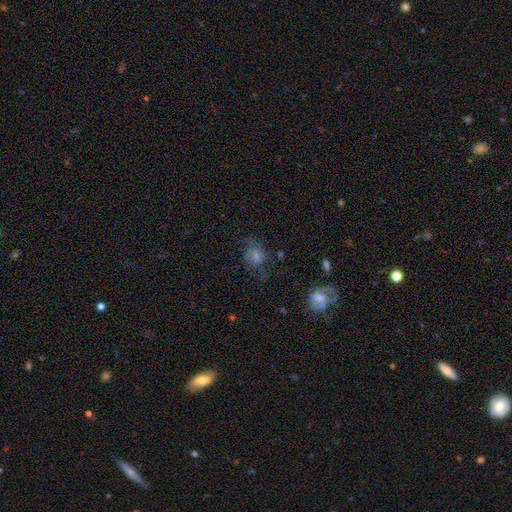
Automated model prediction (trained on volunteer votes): Q: Smooth or featured?
A: featured or disk (42%); runner-up: smooth (34%)
Q: Merging?
A: none (65%); runner-up: minor disturbance (18%)